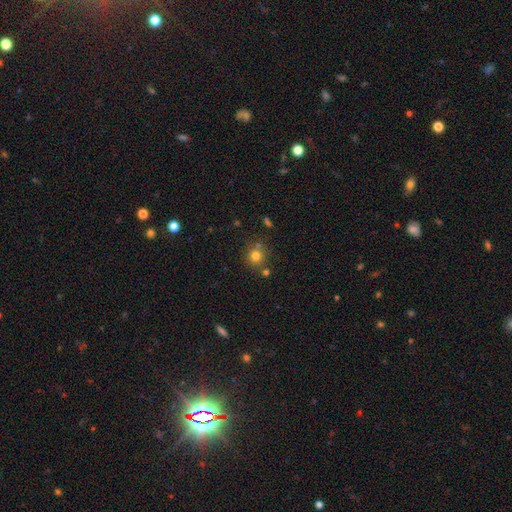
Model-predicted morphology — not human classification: Smooth or featured? smooth (78%)
How rounded? round (90%)
Merging? none (75%)